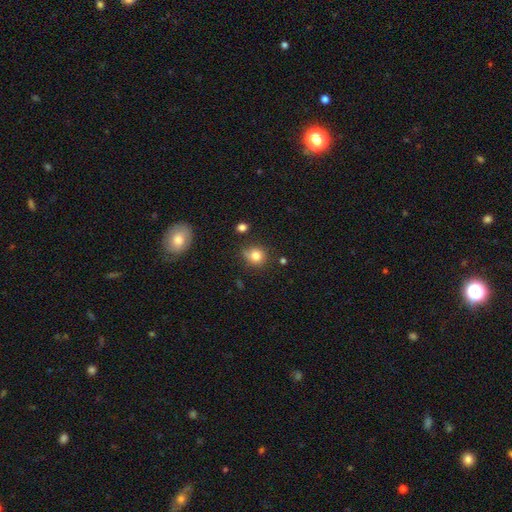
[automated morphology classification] Smooth or featured?
  - smooth: 79% *
  - star or artifact: 12%
  - featured or disk: 9%
How rounded?
  - round: 81% *
  - in between: 18%
  - cigar-shaped: 1%
Merging?
  - none: 63% *
  - minor disturbance: 24%
  - major disturbance: 7%
  - merger: 6%